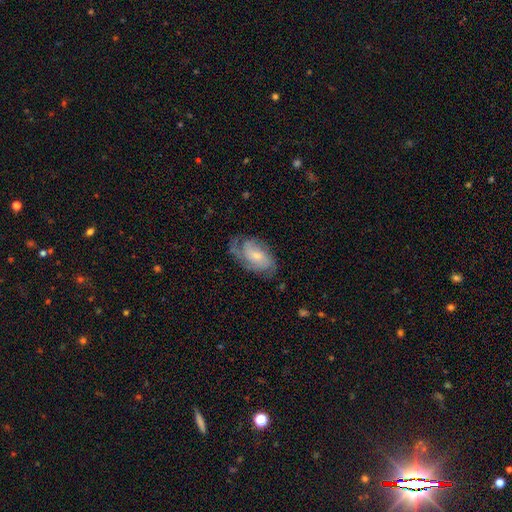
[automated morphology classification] A featured or disk galaxy (68%) with no bar (63%), 2 (33%, tied with can't tell) medium (42%) spiral arms (90%) and a small central bulge (48%).

Vote fractions:
- Smooth or featured? featured or disk: 68% / smooth: 25% / star or artifact: 7%
- Edge-on disk? no: 95% / yes: 5%
- Bar? no: 63% / weak: 32% / strong: 6%
- Spiral arms? yes: 90% / no: 10%
- Spiral winding? medium: 42% / tight: 40% / loose: 18%
- Spiral arm count? 2: 33% (tied) / can't tell: 33% (tied) / 3: 18% / 1: 7% / 4: 6% / more than 4: 4%
- Bulge size? small: 48% / moderate: 40% / none: 6% / large: 5% / dominant: 1%
- Merging? none: 61% / minor disturbance: 24% / major disturbance: 13% / merger: 1%